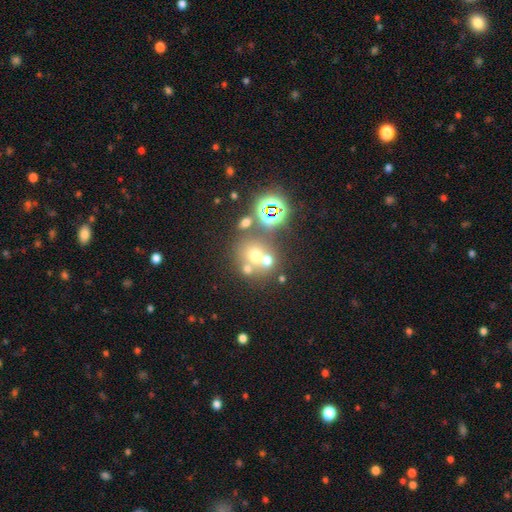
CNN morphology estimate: Smooth or featured?
  - smooth: 54% *
  - star or artifact: 29%
  - featured or disk: 17%
How rounded?
  - round: 82% *
  - in between: 17%
  - cigar-shaped: 1%
Merging?
  - none: 52% *
  - merger: 35%
  - minor disturbance: 9%
  - major disturbance: 5%